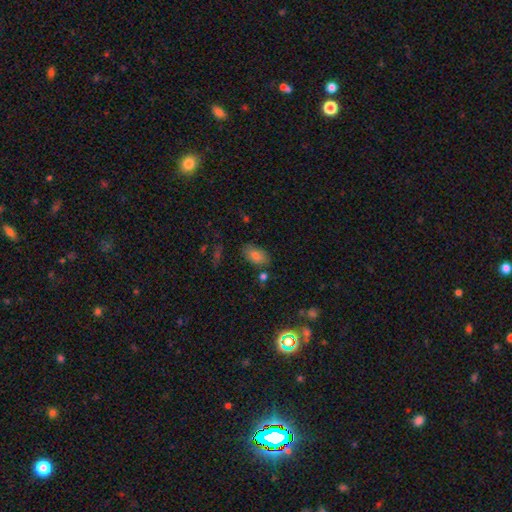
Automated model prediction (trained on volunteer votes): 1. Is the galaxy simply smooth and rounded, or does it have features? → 81% smooth, 10% featured or disk, 9% star or artifact.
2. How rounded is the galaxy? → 92% in between, 6% round, 2% cigar-shaped.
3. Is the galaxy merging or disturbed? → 77% none, 14% minor disturbance, 5% merger, 3% major disturbance.